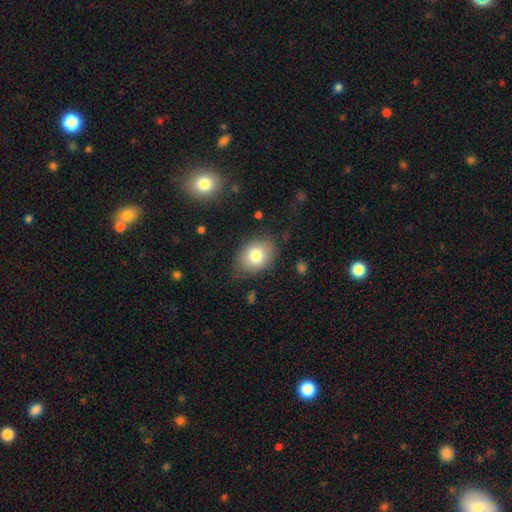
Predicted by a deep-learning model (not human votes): This appears to be a smooth galaxy with no disk features (80%) that is in between round and cigar-shaped (69%). Merging: none (79%).